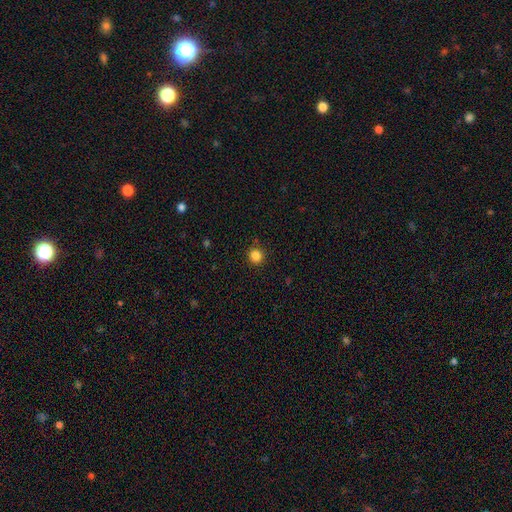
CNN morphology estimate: The model was most divided on "smooth or featured": smooth: 85%, star or artifact: 12%, featured or disk: 3%. More confident: how rounded — round (91%); merging — none (88%).